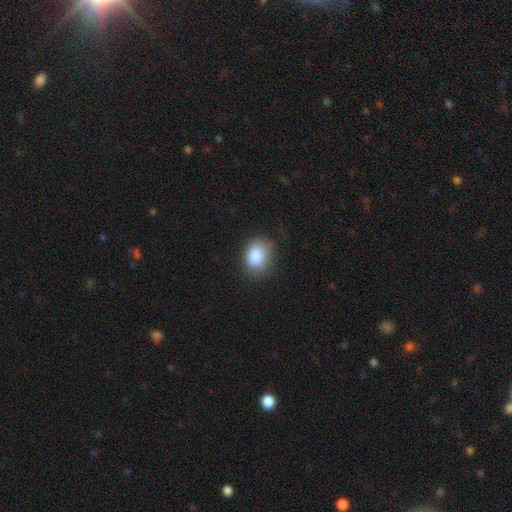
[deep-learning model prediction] smooth-or-featured: smooth: 86% | star or artifact: 8% | featured or disk: 5%
  how-rounded: in between: 58% | round: 41% | cigar-shaped: 1%
  merging: none: 71% | minor disturbance: 21% | major disturbance: 6% | merger: 1%